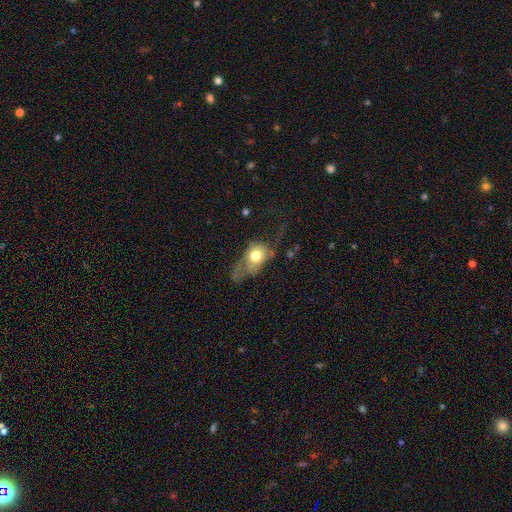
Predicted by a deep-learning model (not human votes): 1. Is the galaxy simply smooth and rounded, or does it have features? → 61% smooth, 30% featured or disk, 9% star or artifact.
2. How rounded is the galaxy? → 59% in between, 38% round, 3% cigar-shaped.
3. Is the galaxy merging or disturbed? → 53% major disturbance, 22% minor disturbance, 20% none, 4% merger.